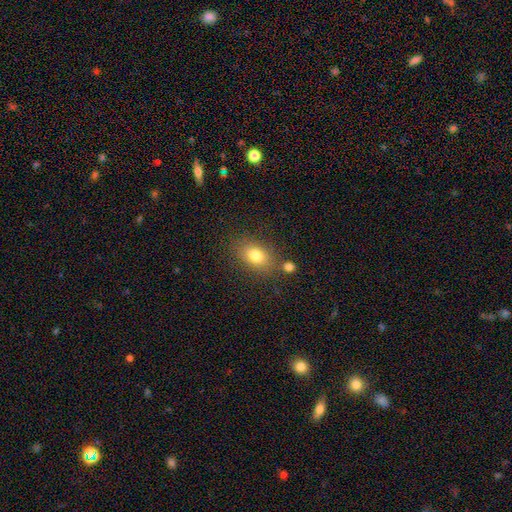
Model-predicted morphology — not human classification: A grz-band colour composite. It shows a smooth galaxy with no disk features (80%) that is in between round and cigar-shaped (77%). Merging: none (75%).